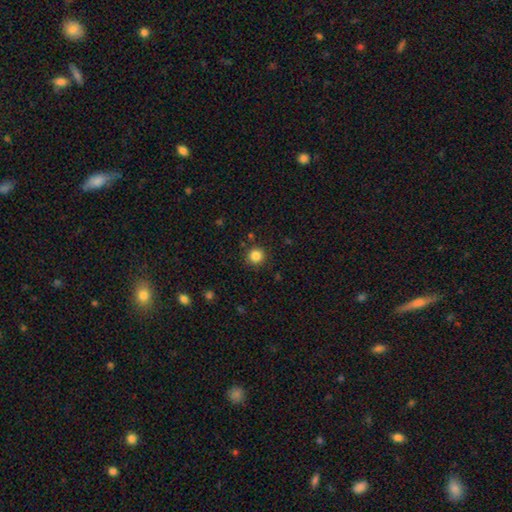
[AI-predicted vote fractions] This is clearly a smooth galaxy (85%). How rounded: clearly round (94%). Merging: clearly none (90%).